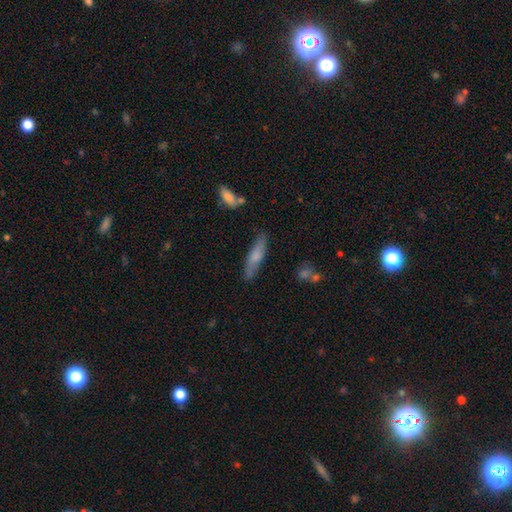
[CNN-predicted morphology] smooth_or_featured: smooth (p=0.64) [alt: featured or disk p=0.29]
how_rounded: cigar-shaped (p=0.79) [alt: in between p=0.19]
merging: none (p=0.80) [alt: minor disturbance p=0.14]